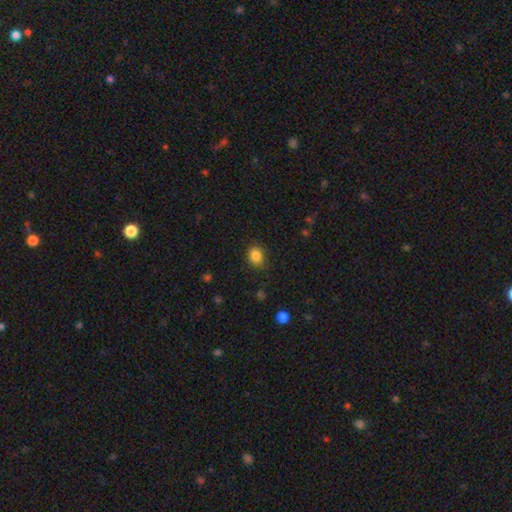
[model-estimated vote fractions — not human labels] smooth 86%, star or artifact 10%, featured or disk 4%. Down the decision tree: how rounded — round (52%); merging — none (82%).